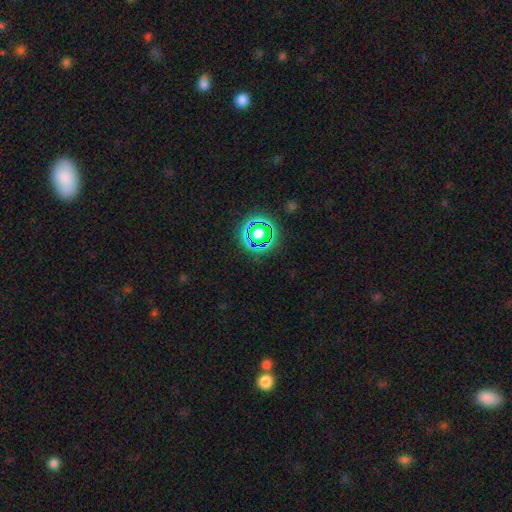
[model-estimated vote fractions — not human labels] smooth-or-featured: star or artifact: 73% | smooth: 19% | featured or disk: 8%